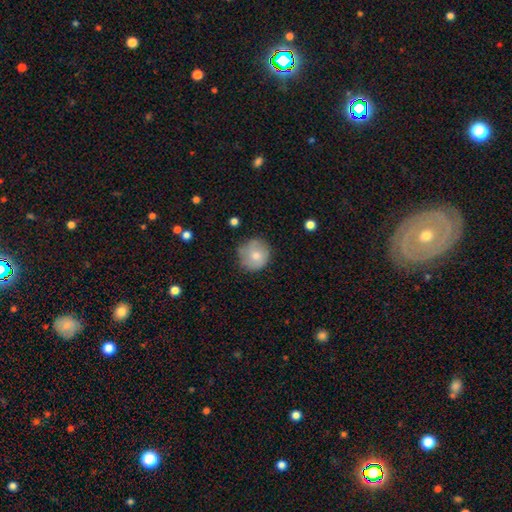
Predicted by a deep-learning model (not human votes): Overall: smooth (72%). How rounded: round (91%). Merging: none (69%).